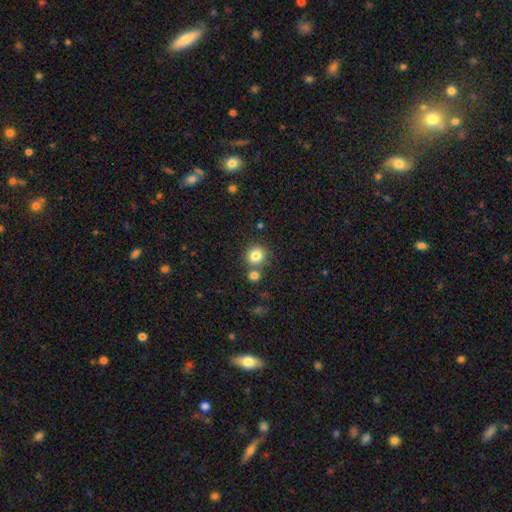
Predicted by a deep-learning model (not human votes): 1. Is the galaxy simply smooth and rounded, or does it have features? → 82% smooth, 11% star or artifact, 7% featured or disk.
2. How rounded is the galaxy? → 90% round, 9% in between, 1% cigar-shaped.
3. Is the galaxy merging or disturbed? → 71% none, 18% merger, 8% minor disturbance, 3% major disturbance.